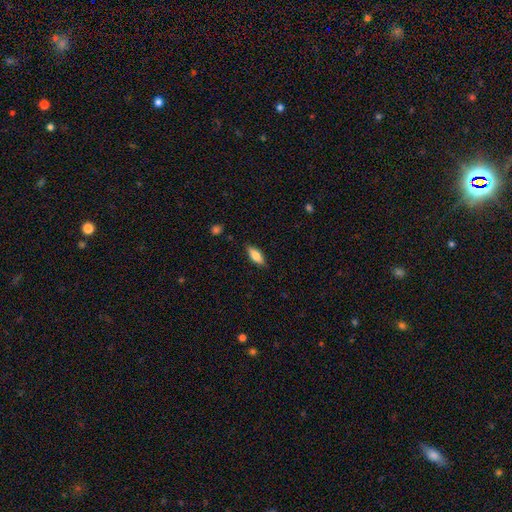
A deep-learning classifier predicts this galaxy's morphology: Overall: smooth (75%). How rounded: in between (74%). Merging: none (86%).